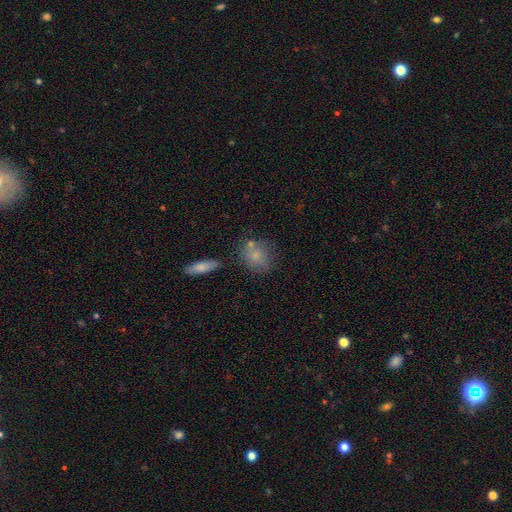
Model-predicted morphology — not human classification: Overall: smooth (76%). How rounded: round (70%). Merging: none (68%).